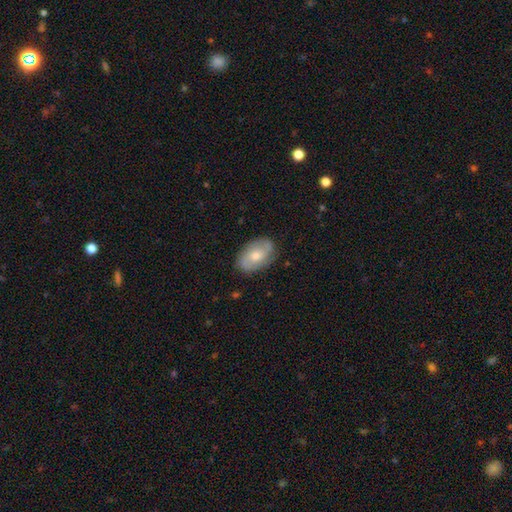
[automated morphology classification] smooth-or-featured: featured or disk: 57% | smooth: 37% | star or artifact: 6%
  disk-edge-on: no: 95% | yes: 5%
    bar: no: 70% | weak: 26% | strong: 4%
    has-spiral-arms: yes: 84% | no: 16%
    bulge-size: moderate: 58% | small: 32% | large: 6% | none: 3% | dominant: 1%
  merging: none: 79% | minor disturbance: 16% | major disturbance: 4% | merger: 1%